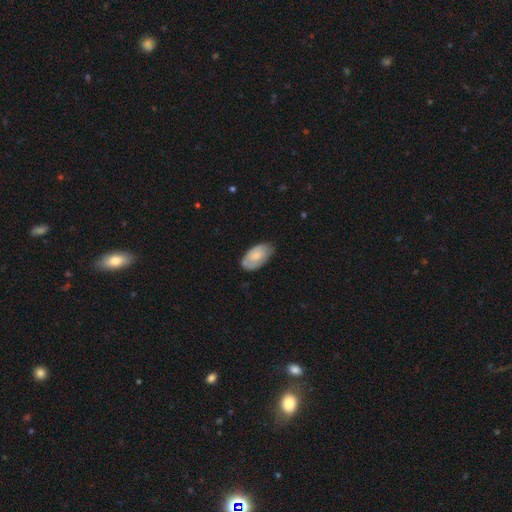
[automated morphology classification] Smooth or featured?
  - smooth: 67% *
  - featured or disk: 27%
  - star or artifact: 6%
How rounded?
  - in between: 95% *
  - round: 3%
  - cigar-shaped: 2%
Merging?
  - none: 68% *
  - minor disturbance: 26%
  - major disturbance: 5%
  - merger: 1%